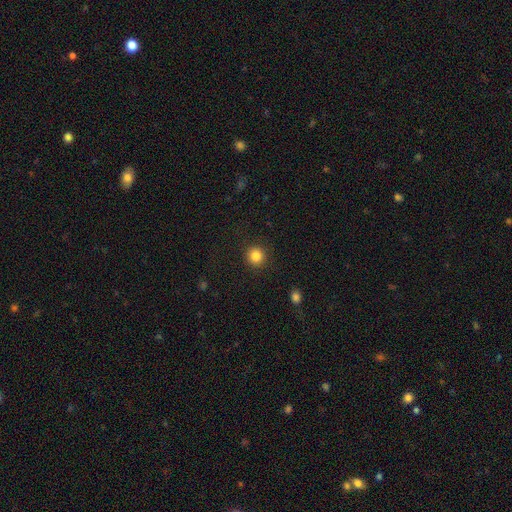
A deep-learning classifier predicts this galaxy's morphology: smooth_or_featured: smooth (p=0.85) [alt: star or artifact p=0.11]
how_rounded: round (p=0.93) [alt: in between p=0.06]
merging: none (p=0.91) [alt: minor disturbance p=0.05]